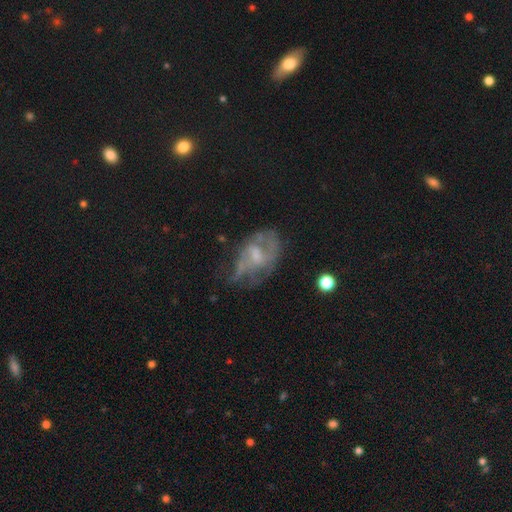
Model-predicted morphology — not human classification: smooth_or_featured: featured or disk (p=0.64) [alt: smooth p=0.25]
disk_edge_on: no (p=0.96) [alt: yes p=0.04]
bar: no (p=0.57) [alt: weak p=0.36]
has_spiral_arms: no (p=0.52) [alt: yes p=0.48]
bulge_size: small (p=0.36) [alt: moderate p=0.34]
merging: none (p=0.40) [alt: major disturbance p=0.29]